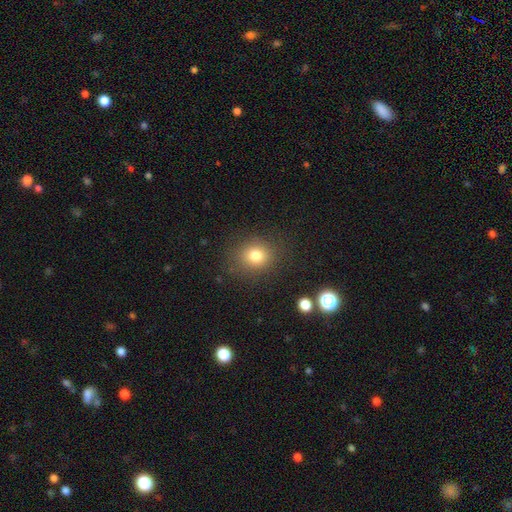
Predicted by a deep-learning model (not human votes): smooth_or_featured: smooth (p=0.78) [alt: star or artifact p=0.13]
how_rounded: round (p=0.78) [alt: in between p=0.22]
merging: none (p=0.85) [alt: minor disturbance p=0.09]